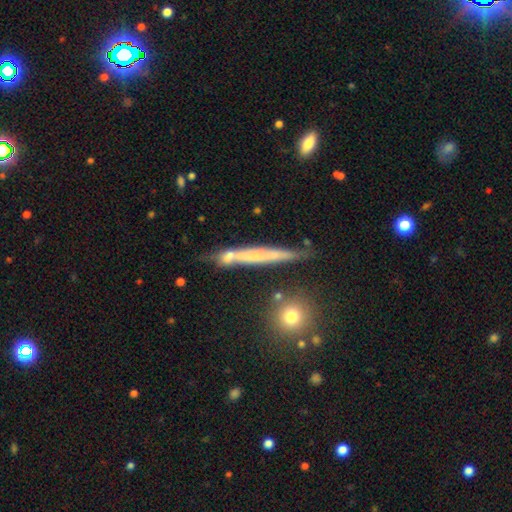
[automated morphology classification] Q: Smooth or featured?
A: featured or disk (50%); runner-up: smooth (41%)
Q: Edge-on disk?
A: yes (90%); runner-up: no (10%)
Q: Merging?
A: none (73%); runner-up: minor disturbance (17%)